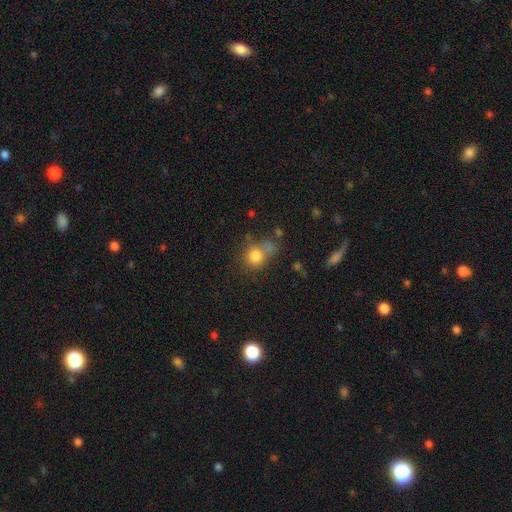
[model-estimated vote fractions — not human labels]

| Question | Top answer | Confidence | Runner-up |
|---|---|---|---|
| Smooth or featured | smooth | 80% | star or artifact (12%) |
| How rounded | round | 77% | in between (22%) |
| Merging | none | 49% | merger (23%) |